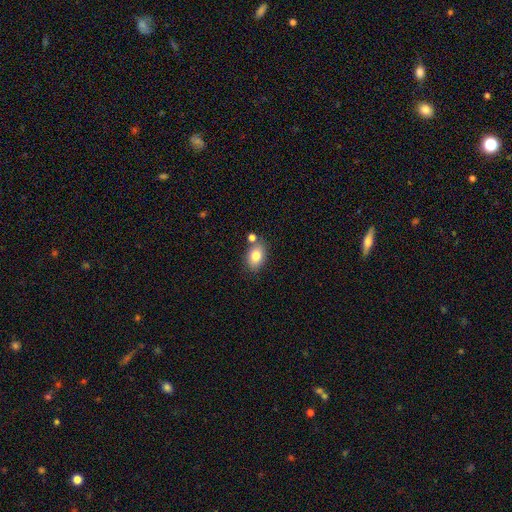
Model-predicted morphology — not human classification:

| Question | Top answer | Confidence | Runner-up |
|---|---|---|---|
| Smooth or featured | smooth | 82% | featured or disk (9%) |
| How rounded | in between | 79% | round (19%) |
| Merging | none | 69% | merger (14%) |